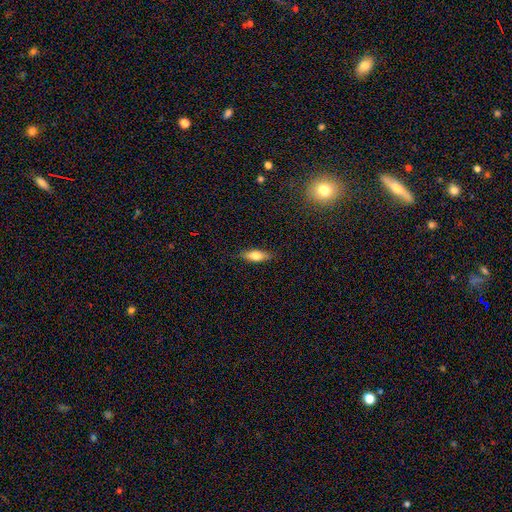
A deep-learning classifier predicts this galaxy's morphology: type=smooth (66%); roundness=in between (61%); merging=none (85%).